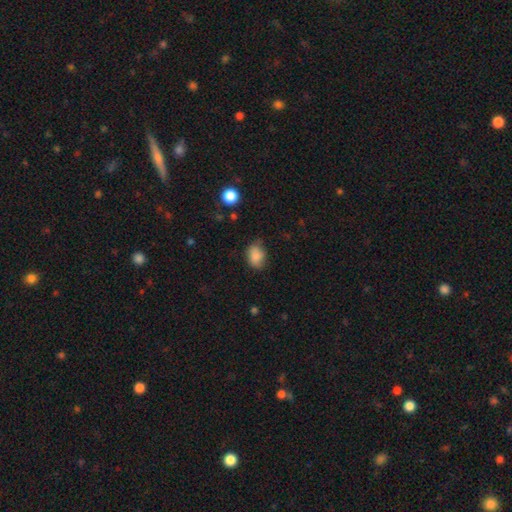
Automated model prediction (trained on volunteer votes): A smooth galaxy with no disk features (85%) that is in between round and cigar-shaped (68%).

Vote fractions:
- Smooth or featured? smooth: 85% / star or artifact: 9% / featured or disk: 6%
- How rounded? in between: 68% / round: 31% / cigar-shaped: 1%
- Merging? none: 66% / minor disturbance: 26% / major disturbance: 6% / merger: 2%